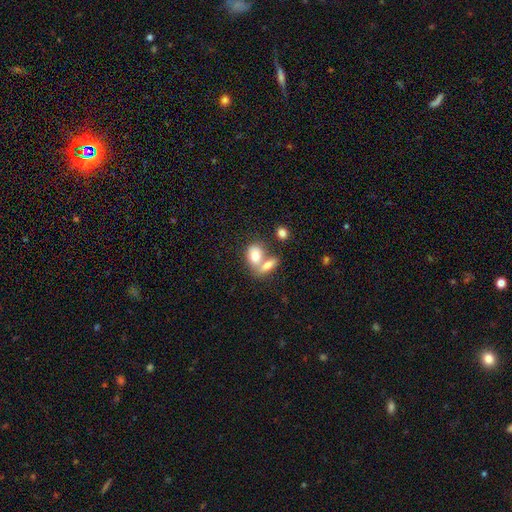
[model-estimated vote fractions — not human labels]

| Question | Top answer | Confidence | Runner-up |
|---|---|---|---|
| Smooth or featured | smooth | 76% | featured or disk (17%) |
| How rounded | in between | 80% | round (16%) |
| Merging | merger | 62% | none (27%) |